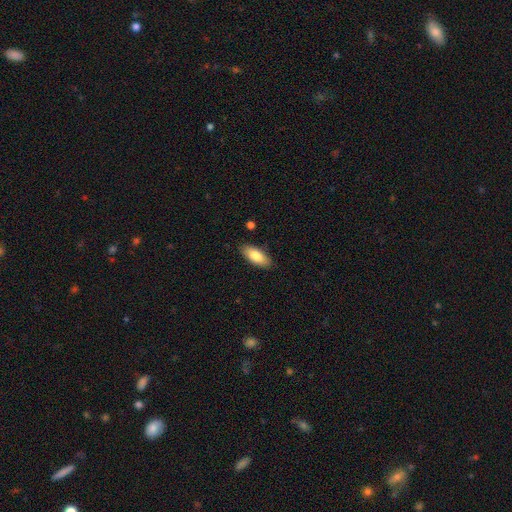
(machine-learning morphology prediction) smooth-or-featured: smooth: 84% | featured or disk: 11% | star or artifact: 6%
  how-rounded: in between: 84% | cigar-shaped: 14% | round: 2%
  merging: none: 87% | minor disturbance: 10% | major disturbance: 2% | merger: 1%